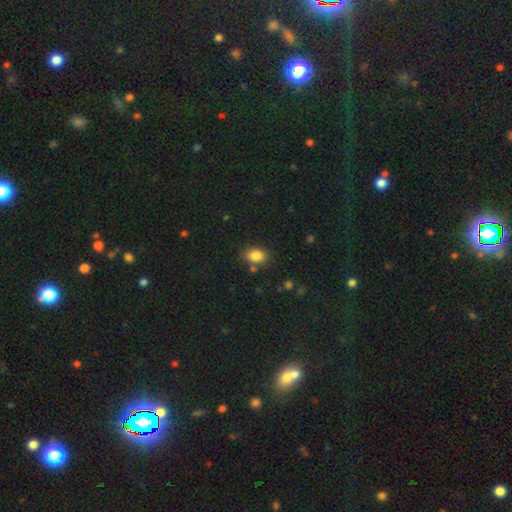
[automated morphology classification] A smooth galaxy with no disk features (85%) that is in between round and cigar-shaped (70%).

Vote fractions:
- Smooth or featured? smooth: 85% / star or artifact: 10% / featured or disk: 5%
- How rounded? in between: 70% / round: 29% / cigar-shaped: 1%
- Merging? none: 79% / minor disturbance: 13% / merger: 5% / major disturbance: 3%